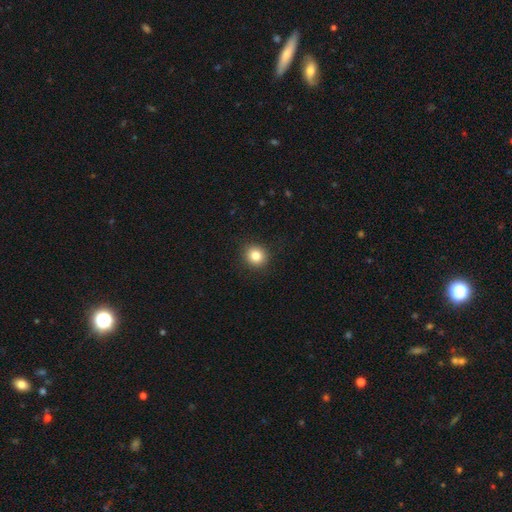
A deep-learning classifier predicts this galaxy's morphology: Smooth or featured: smooth — 83% (star or artifact — 11%)
How rounded: round — 87% (in between — 12%)
Merging: none — 91% (minor disturbance — 6%)